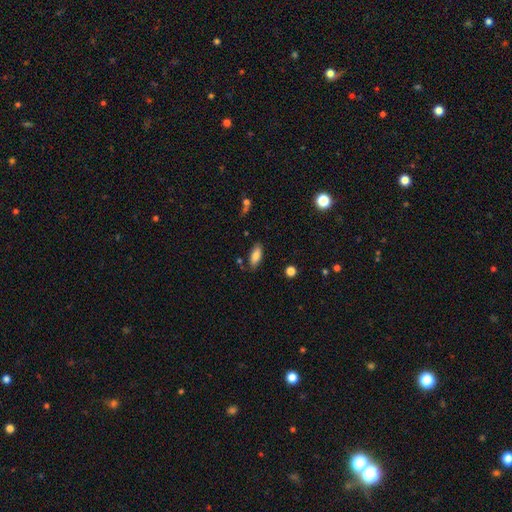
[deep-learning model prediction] Smooth or featured: smooth — 81% (featured or disk — 11%)
How rounded: in between — 81% (cigar-shaped — 17%)
Merging: none — 78% (minor disturbance — 15%)